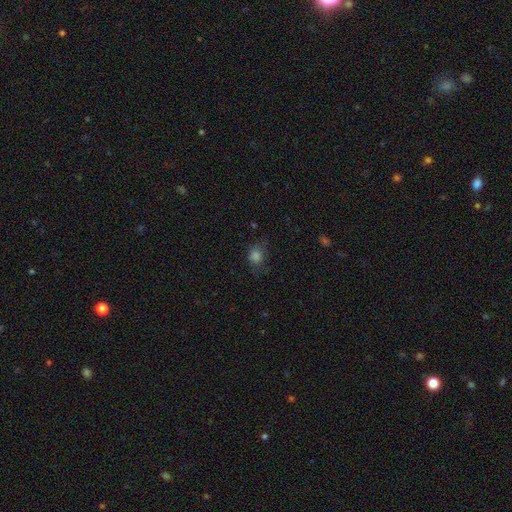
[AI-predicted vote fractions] Smooth or featured: smooth — 72% (star or artifact — 18%)
How rounded: round — 66% (in between — 32%)
Merging: none — 59% (minor disturbance — 24%)